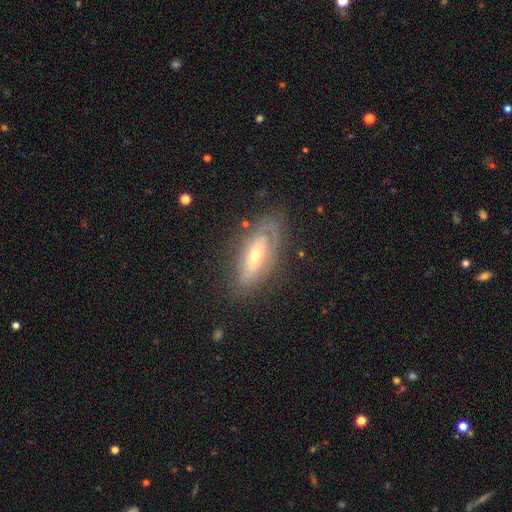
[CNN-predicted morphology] smooth_or_featured: featured or disk (p=0.66) [alt: smooth p=0.27]
disk_edge_on: no (p=0.79) [alt: yes p=0.21]
bar: no (p=0.61) [alt: weak p=0.26]
has_spiral_arms: yes (p=0.58) [alt: no p=0.42]
bulge_size: small (p=0.48) [alt: moderate p=0.47]
merging: none (p=0.71) [alt: minor disturbance p=0.19]